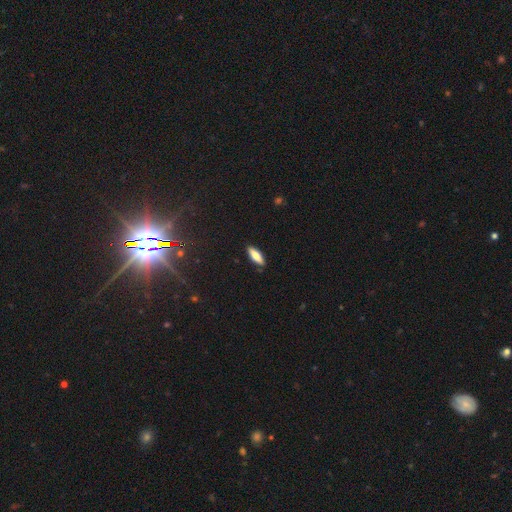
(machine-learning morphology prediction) Smooth or featured?
  - smooth: 76% *
  - featured or disk: 18%
  - star or artifact: 6%
How rounded?
  - in between: 51% *
  - cigar-shaped: 47%
  - round: 2%
Merging?
  - none: 88% *
  - minor disturbance: 9%
  - major disturbance: 2%
  - merger: 1%